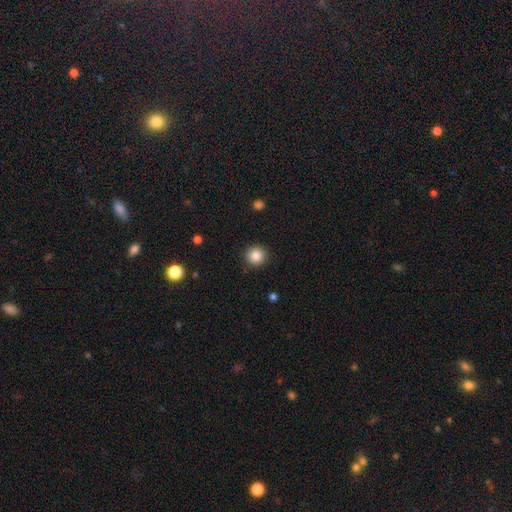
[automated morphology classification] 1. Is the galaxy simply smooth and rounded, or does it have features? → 84% smooth, 10% star or artifact, 5% featured or disk.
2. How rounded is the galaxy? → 93% round, 6% in between, 1% cigar-shaped.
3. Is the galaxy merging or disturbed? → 91% none, 6% minor disturbance, 2% major disturbance, 1% merger.